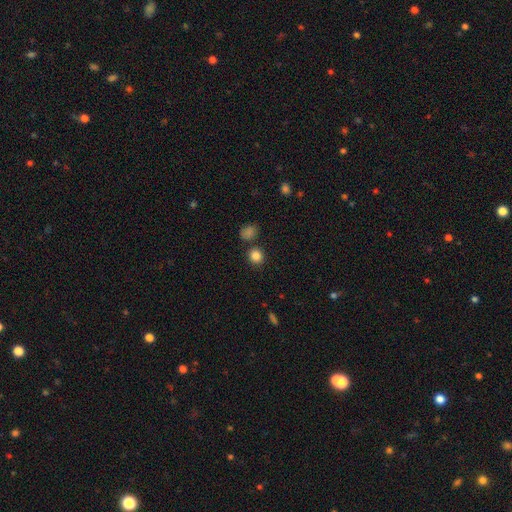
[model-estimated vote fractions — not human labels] This is clearly a smooth galaxy (85%). How rounded: clearly round (84%). Merging: clearly none (81%).